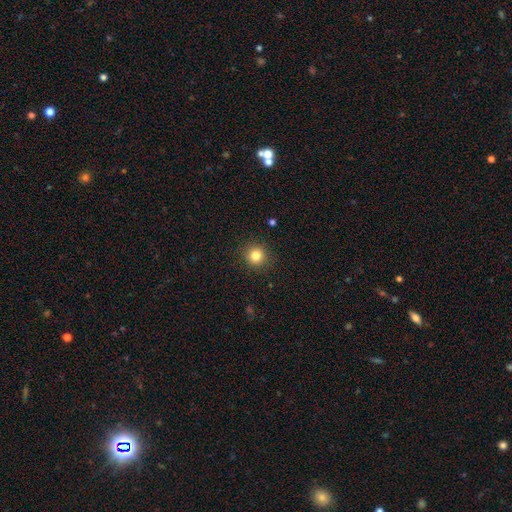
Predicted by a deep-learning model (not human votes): The model was most divided on "smooth or featured": smooth: 82%, star or artifact: 12%, featured or disk: 6%. More confident: how rounded — round (93%); merging — none (91%).